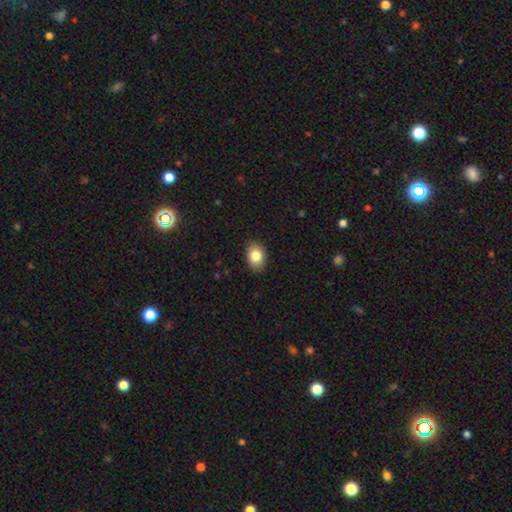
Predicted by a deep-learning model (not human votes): Q: Smooth or featured?
A: smooth (83%); runner-up: featured or disk (9%)
Q: How rounded?
A: in between (75%); runner-up: round (23%)
Q: Merging?
A: none (88%); runner-up: minor disturbance (9%)